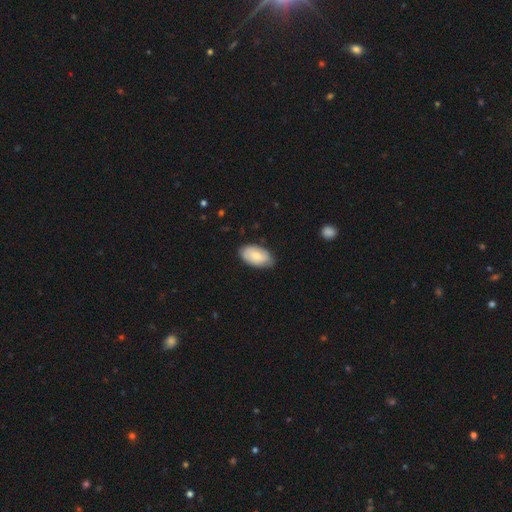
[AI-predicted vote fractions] Smooth or featured: smooth — 74% (featured or disk — 20%)
How rounded: in between — 95% (round — 3%)
Merging: none — 75% (minor disturbance — 21%)